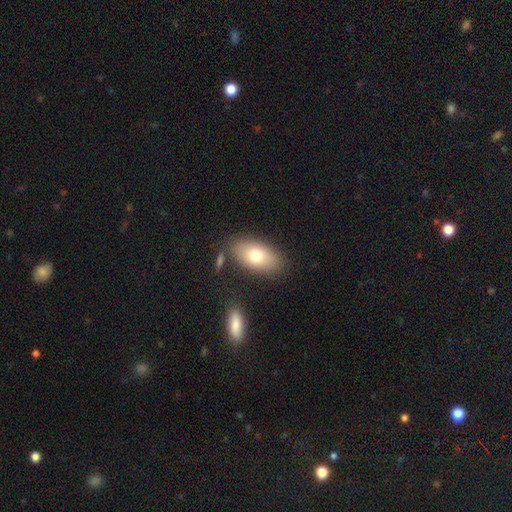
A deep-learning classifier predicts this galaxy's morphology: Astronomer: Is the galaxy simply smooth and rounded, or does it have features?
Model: smooth — 75%.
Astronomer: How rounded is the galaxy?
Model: in between — 92%.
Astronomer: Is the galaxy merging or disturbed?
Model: none — 79%.